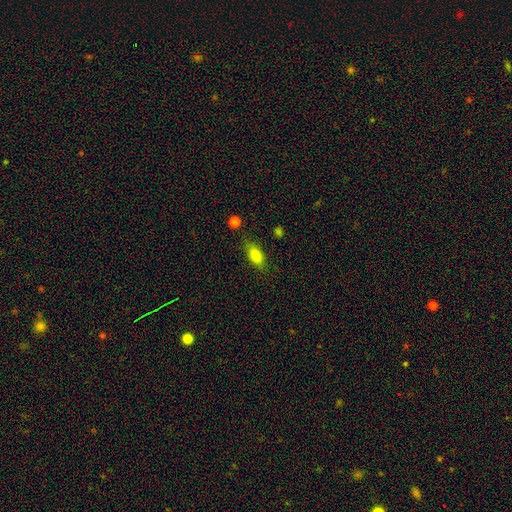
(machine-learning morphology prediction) smooth_or_featured: smooth (p=0.85) [alt: star or artifact p=0.09]
how_rounded: in between (p=0.85) [alt: cigar-shaped p=0.10]
merging: none (p=0.77) [alt: minor disturbance p=0.17]